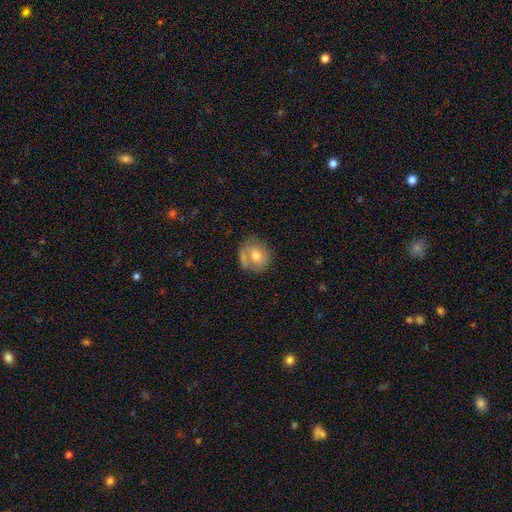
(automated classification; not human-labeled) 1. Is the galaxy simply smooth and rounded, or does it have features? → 61% smooth, 31% featured or disk, 7% star or artifact.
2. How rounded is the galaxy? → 71% round, 28% in between, 1% cigar-shaped.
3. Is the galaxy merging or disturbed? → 56% none, 22% minor disturbance, 12% merger, 10% major disturbance.